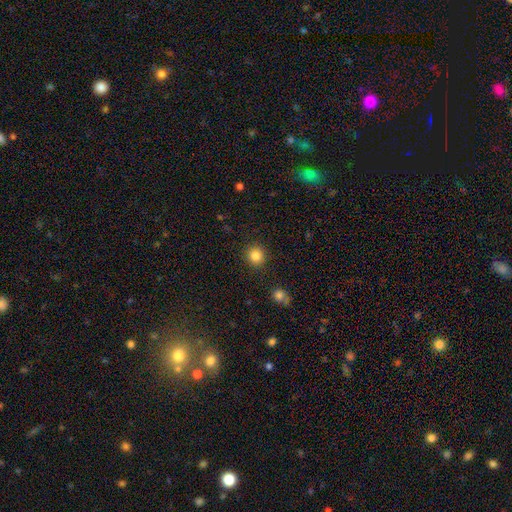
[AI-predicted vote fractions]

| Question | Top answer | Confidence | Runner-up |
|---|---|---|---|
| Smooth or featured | smooth | 84% | star or artifact (11%) |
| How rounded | round | 92% | in between (7%) |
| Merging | none | 90% | minor disturbance (6%) |